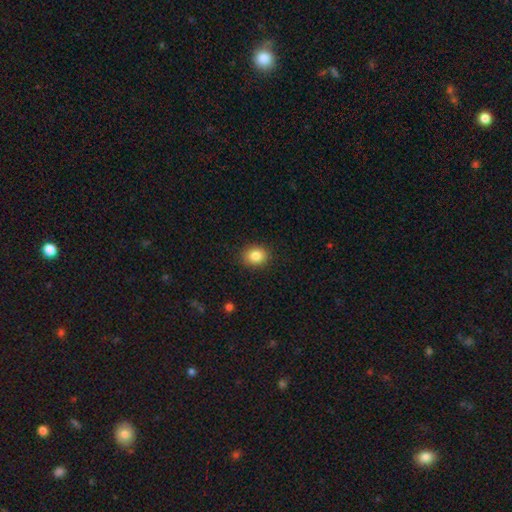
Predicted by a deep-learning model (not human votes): Smooth or featured: smooth — 85% (star or artifact — 9%)
How rounded: round — 56% (in between — 43%)
Merging: none — 89% (minor disturbance — 8%)